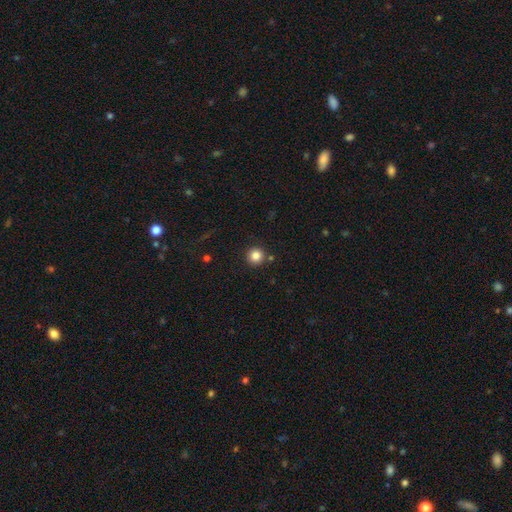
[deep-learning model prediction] Smooth or featured: smooth — 84% (star or artifact — 11%)
How rounded: round — 95% (in between — 4%)
Merging: none — 89% (minor disturbance — 6%)